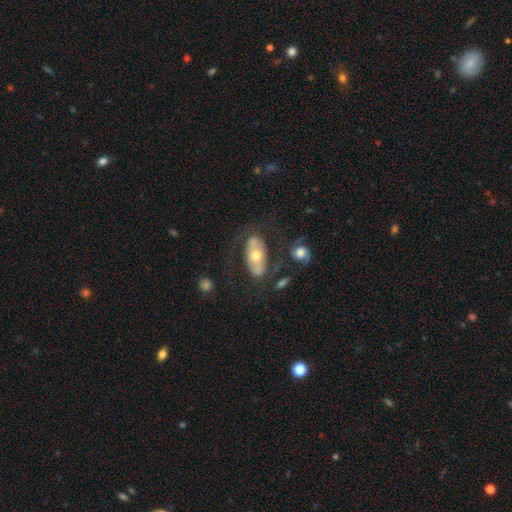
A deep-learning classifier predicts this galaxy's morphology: A featured or disk galaxy (51%). Merging: none (61%).